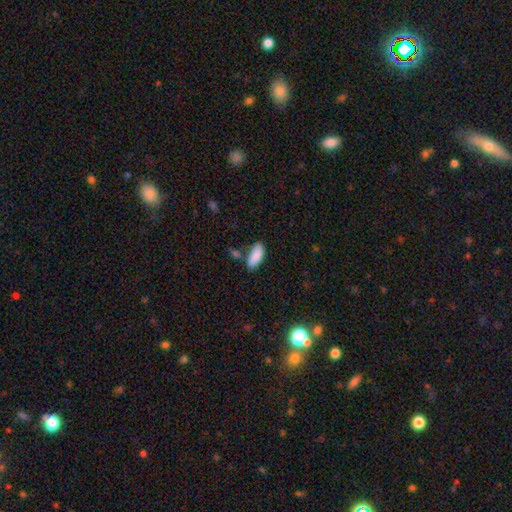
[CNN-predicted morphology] Q: Smooth or featured?
A: smooth (88%); runner-up: star or artifact (7%)
Q: How rounded?
A: in between (88%); runner-up: cigar-shaped (10%)
Q: Merging?
A: none (67%); runner-up: minor disturbance (17%)